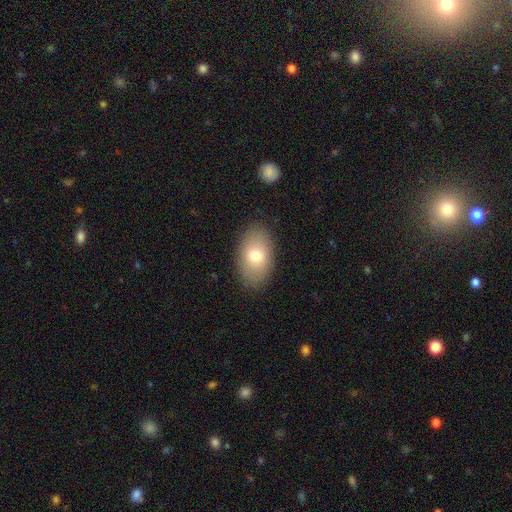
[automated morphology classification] Smooth or featured?
  - smooth: 75% *
  - featured or disk: 17%
  - star or artifact: 8%
How rounded?
  - in between: 89% *
  - round: 10%
  - cigar-shaped: 1%
Merging?
  - none: 87% *
  - minor disturbance: 9%
  - major disturbance: 3%
  - merger: 1%